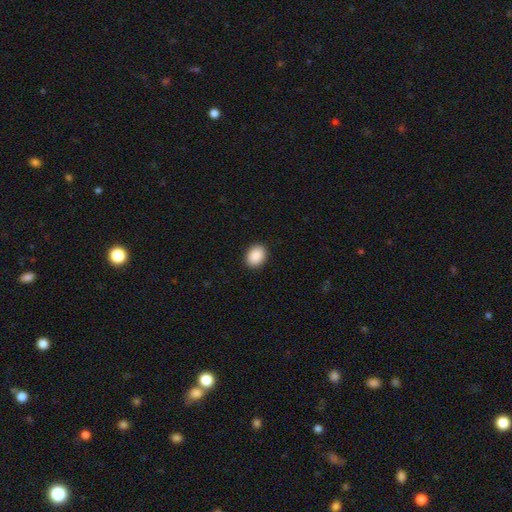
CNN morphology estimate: smooth-or-featured: smooth: 90% | star or artifact: 7% | featured or disk: 2%
  how-rounded: in between: 60% | round: 39% | cigar-shaped: 1%
  merging: none: 91% | minor disturbance: 6% | major disturbance: 2% | merger: 1%